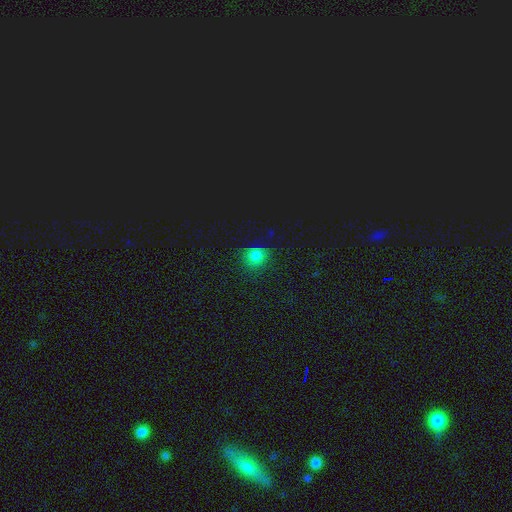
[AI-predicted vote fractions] Smooth or featured: smooth — 73% (star or artifact — 22%)
How rounded: round — 79% (in between — 20%)
Merging: none — 77% (minor disturbance — 16%)